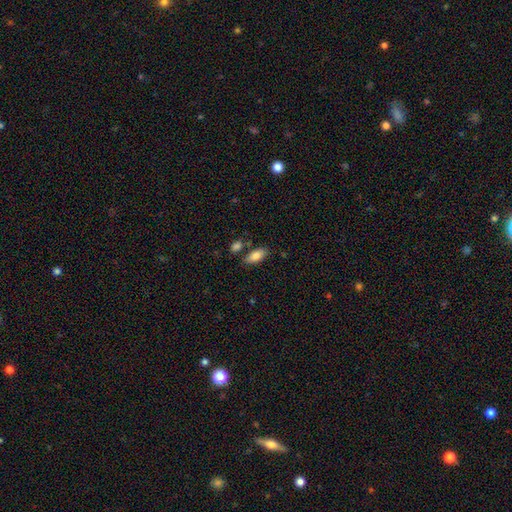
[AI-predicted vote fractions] A smooth galaxy with no disk features (85%) that is in between round and cigar-shaped (88%). Merging: none (72%).